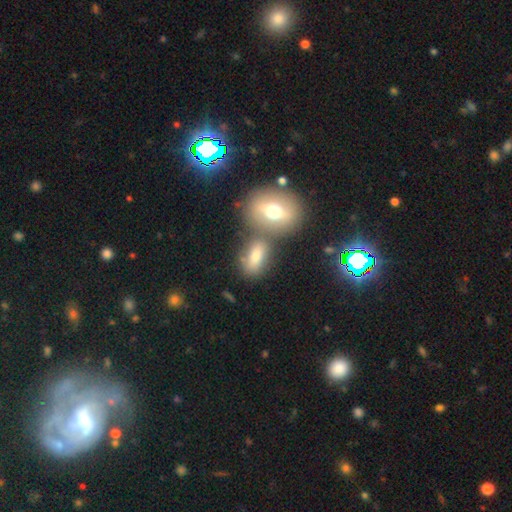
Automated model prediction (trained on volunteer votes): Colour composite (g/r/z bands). It shows a smooth galaxy with no disk features (64%) that is in between round and cigar-shaped (78%). Merging: none (53%).